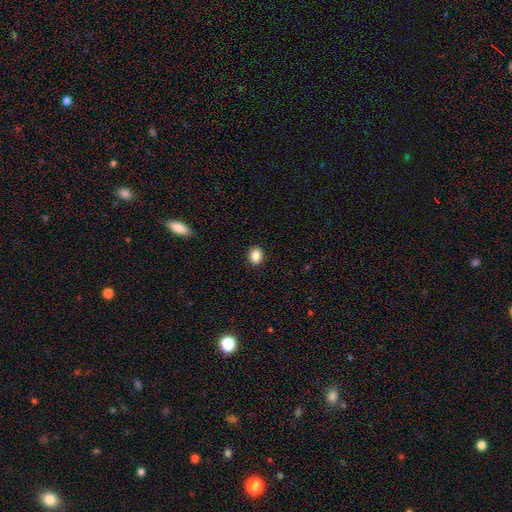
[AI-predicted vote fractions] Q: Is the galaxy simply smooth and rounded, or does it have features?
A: smooth — 88%.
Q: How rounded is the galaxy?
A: in between — 51%.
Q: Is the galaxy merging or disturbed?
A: none — 91%.